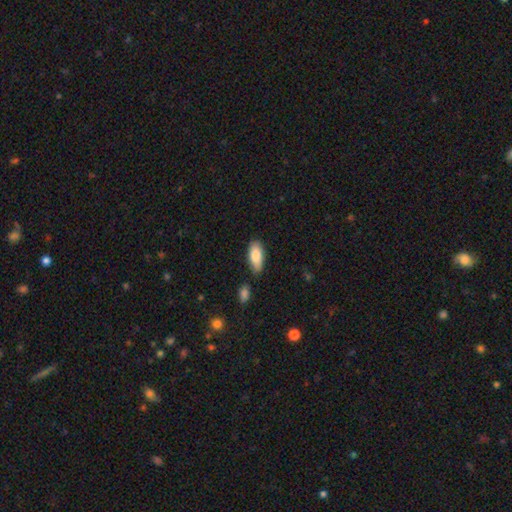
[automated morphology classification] smooth-or-featured: smooth: 85% | featured or disk: 9% | star or artifact: 6%
  how-rounded: in between: 88% | cigar-shaped: 10% | round: 2%
  merging: none: 70% | minor disturbance: 20% | merger: 6% | major disturbance: 4%